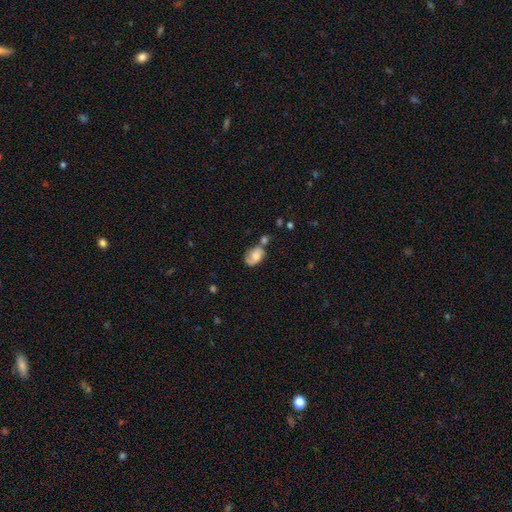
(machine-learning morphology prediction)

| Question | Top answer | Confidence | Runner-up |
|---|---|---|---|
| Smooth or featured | smooth | 55% | featured or disk (36%) |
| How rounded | in between | 85% | round (13%) |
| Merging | none | 38% | minor disturbance (25%) |